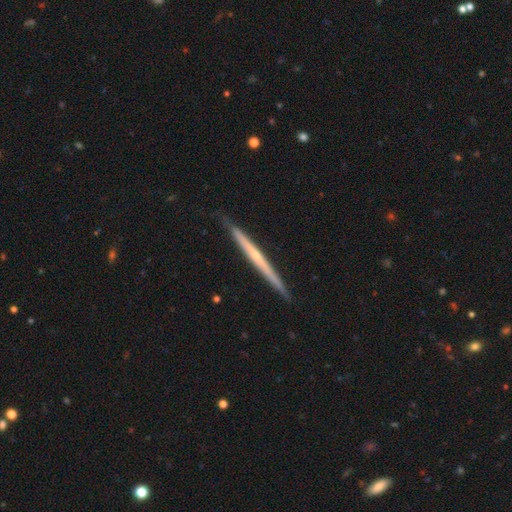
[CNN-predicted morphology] Smooth or featured? featured or disk (70%)
Edge-on disk? yes (98%)
Edge-on bulge? none (59%)
Merging? none (89%)